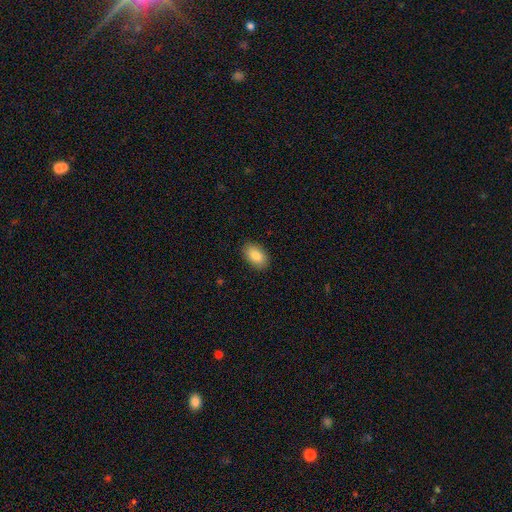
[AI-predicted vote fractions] The model was most divided on "smooth or featured": smooth: 85%, featured or disk: 8%, star or artifact: 7%. More confident: how rounded — in between (91%); merging — none (88%).